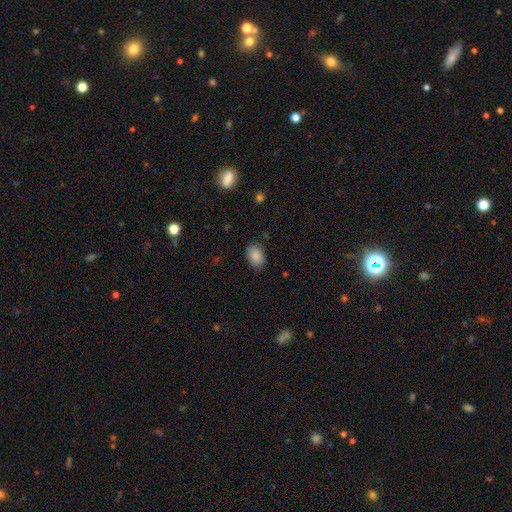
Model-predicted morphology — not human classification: The model was most divided on "how rounded": in between: 82%, round: 17%, cigar-shaped: 1%. More confident: smooth or featured — smooth (88%); merging — none (84%).